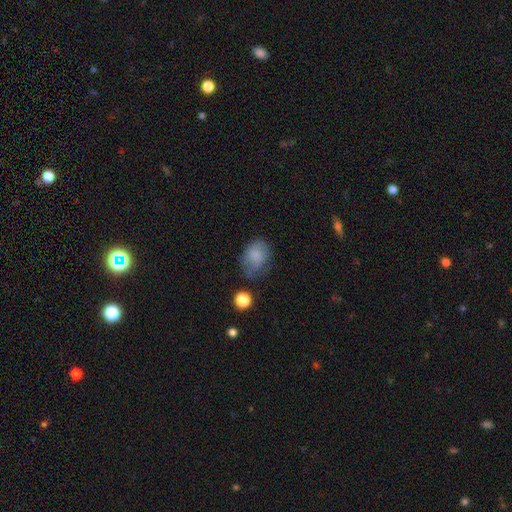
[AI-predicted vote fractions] Smooth or featured: smooth — 76% (featured or disk — 14%)
How rounded: in between — 67% (round — 31%)
Merging: none — 53% (minor disturbance — 31%)